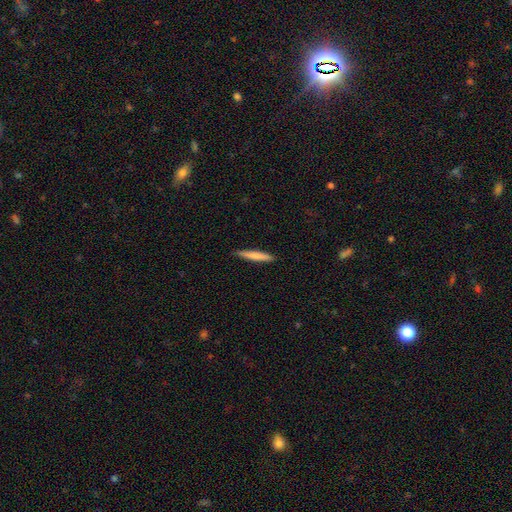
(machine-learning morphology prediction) smooth 77%, featured or disk 18%, star or artifact 5%. Down the decision tree: how rounded — cigar-shaped (94%); merging — none (91%).